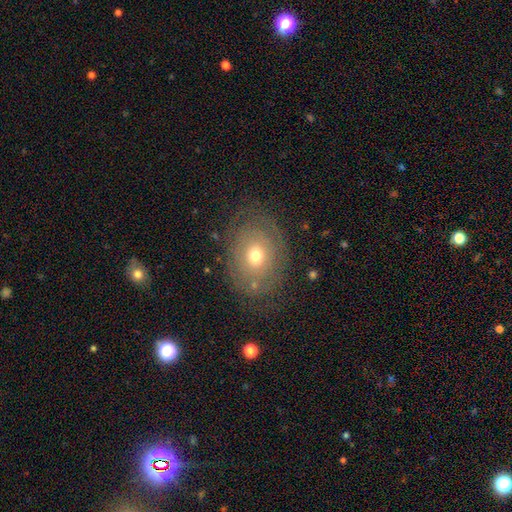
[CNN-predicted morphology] smooth-or-featured: smooth: 50% | featured or disk: 39% | star or artifact: 12%
  merging: none: 75% | minor disturbance: 15% | major disturbance: 9% | merger: 2%